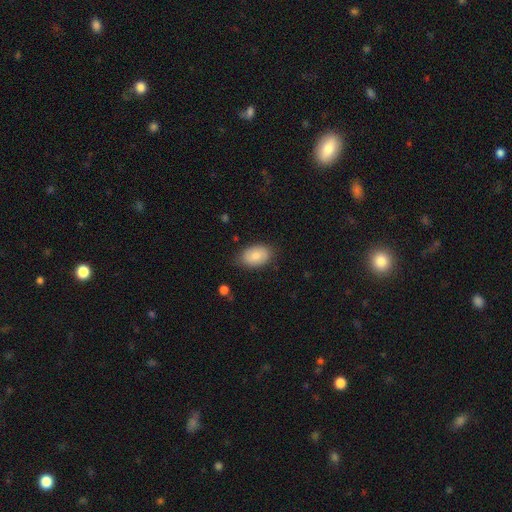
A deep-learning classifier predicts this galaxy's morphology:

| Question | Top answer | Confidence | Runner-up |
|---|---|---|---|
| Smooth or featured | smooth | 78% | featured or disk (15%) |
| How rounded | in between | 87% | round (12%) |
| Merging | none | 78% | minor disturbance (17%) |